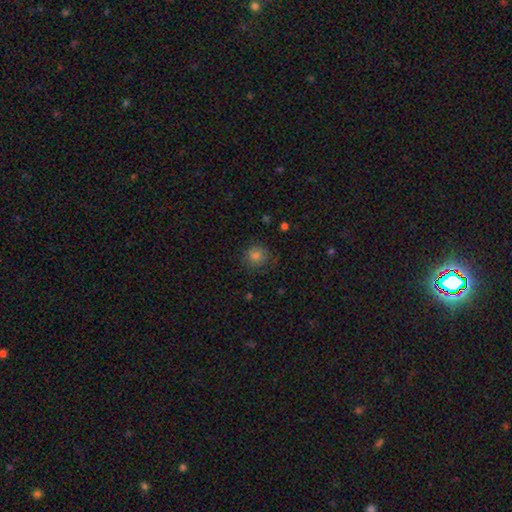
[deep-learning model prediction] smooth-or-featured: smooth: 80% | star or artifact: 13% | featured or disk: 7%
  how-rounded: round: 89% | in between: 10% | cigar-shaped: 1%
  merging: none: 80% | minor disturbance: 15% | major disturbance: 4% | merger: 1%